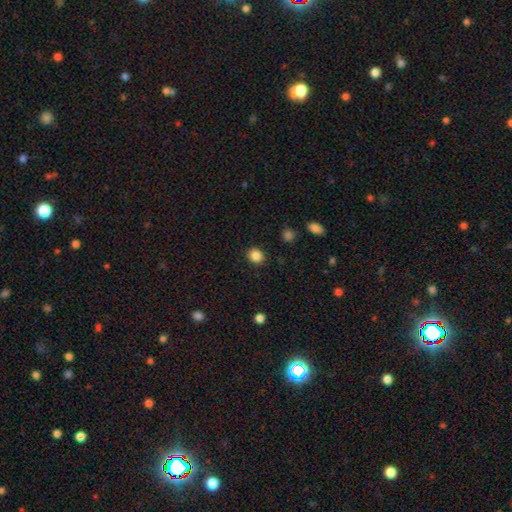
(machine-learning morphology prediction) This is clearly a smooth galaxy (86%). How rounded: likely round (69%). Merging: clearly none (88%).